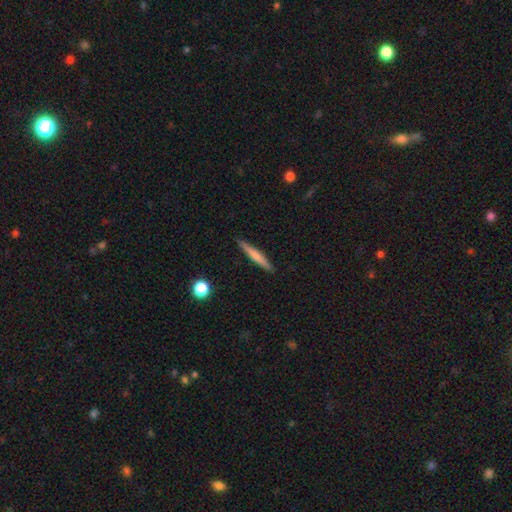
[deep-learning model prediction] A smooth galaxy with no disk features (61%) that is cigar-shaped (95%).

Vote fractions:
- Smooth or featured? smooth: 61% / featured or disk: 33% / star or artifact: 6%
- How rounded? cigar-shaped: 95% / in between: 4% / round: 2%
- Merging? none: 90% / minor disturbance: 7% / major disturbance: 1% / merger: 1%